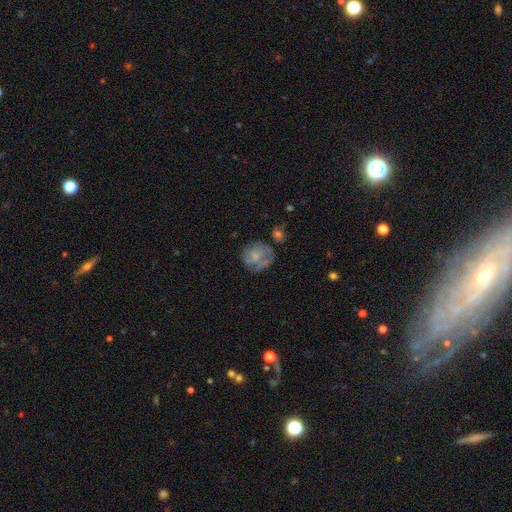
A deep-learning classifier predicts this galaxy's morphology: This appears to be a smooth galaxy with no disk features (50%). Merging: none (53%).